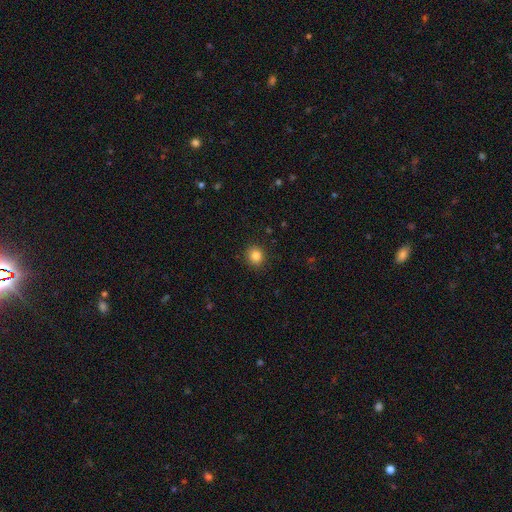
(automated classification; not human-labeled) Q: Smooth or featured?
A: smooth (84%); runner-up: star or artifact (11%)
Q: How rounded?
A: round (86%); runner-up: in between (13%)
Q: Merging?
A: none (91%); runner-up: minor disturbance (6%)